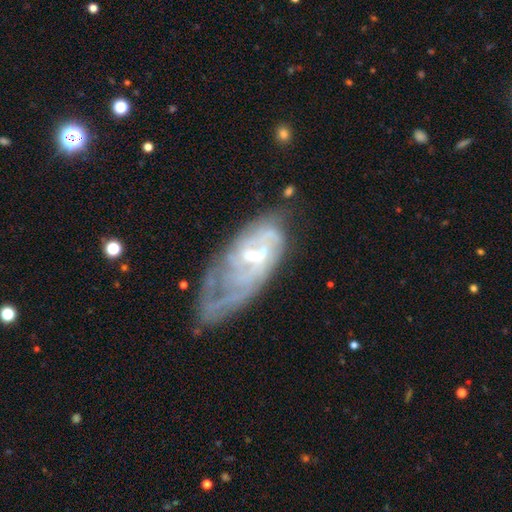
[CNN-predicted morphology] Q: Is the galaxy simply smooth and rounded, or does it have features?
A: featured or disk — 76%.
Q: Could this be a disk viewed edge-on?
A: no — 93%.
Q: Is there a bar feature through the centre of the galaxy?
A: weak — 46%.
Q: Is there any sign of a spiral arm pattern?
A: yes — 79%.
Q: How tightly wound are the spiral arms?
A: tight — 47%.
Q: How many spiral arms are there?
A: can't tell — 50%.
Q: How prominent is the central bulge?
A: small — 56%.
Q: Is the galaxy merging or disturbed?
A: none — 40%.